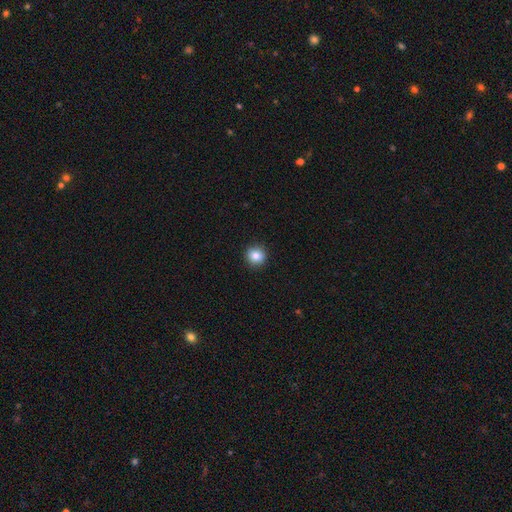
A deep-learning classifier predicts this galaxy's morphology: The model was most divided on "smooth or featured": smooth: 85%, star or artifact: 10%, featured or disk: 5%. More confident: merging — none (92%); how rounded — round (92%).